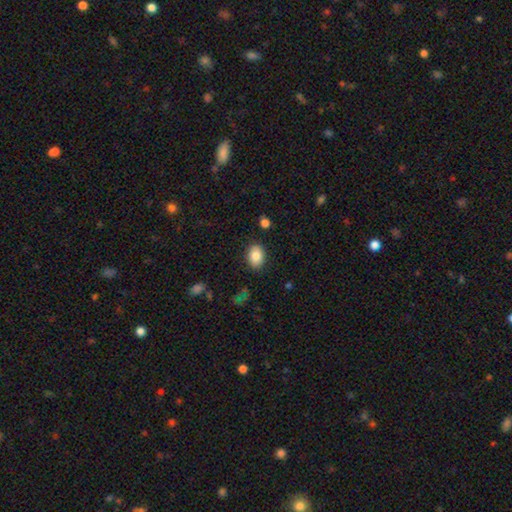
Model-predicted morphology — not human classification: smooth_or_featured: smooth (p=0.85) [alt: star or artifact p=0.08]
how_rounded: in between (p=0.77) [alt: round p=0.22]
merging: none (p=0.86) [alt: minor disturbance p=0.10]